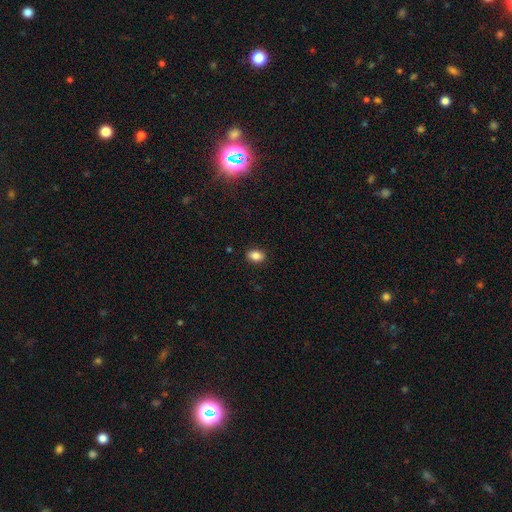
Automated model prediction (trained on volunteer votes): Overall: smooth (86%). How rounded: in between (83%). Merging: none (88%).